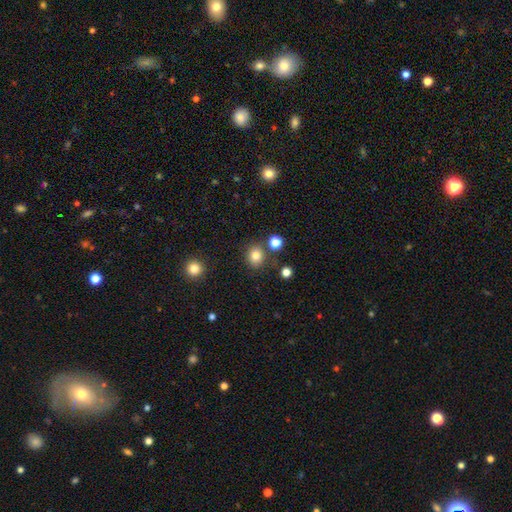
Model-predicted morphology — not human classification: smooth_or_featured: smooth (p=0.80) [alt: star or artifact p=0.13]
how_rounded: round (p=0.79) [alt: in between p=0.20]
merging: none (p=0.81) [alt: minor disturbance p=0.09]